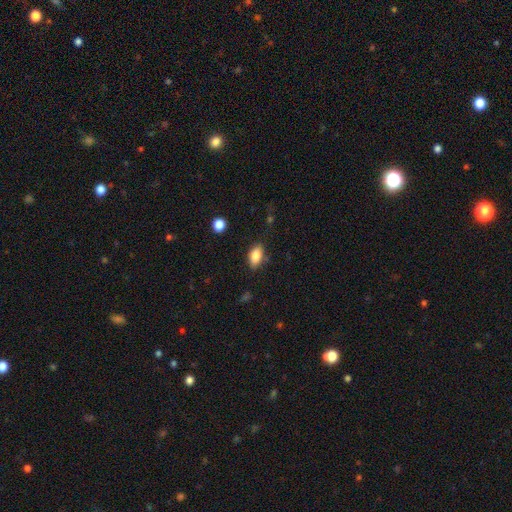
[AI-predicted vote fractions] This appears to be a smooth galaxy with no disk features (85%) that is in between round and cigar-shaped (90%). Merging: none (81%).